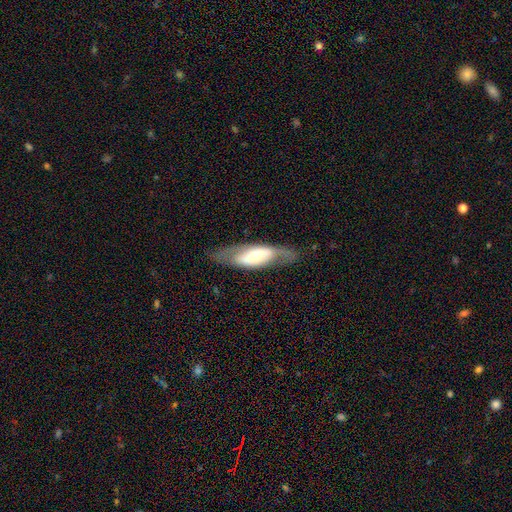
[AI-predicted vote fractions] Smooth or featured? Predicted: featured or disk (p=0.64). Edge-on disk? Predicted: no (p=0.75). Merging? Predicted: none (p=0.73).